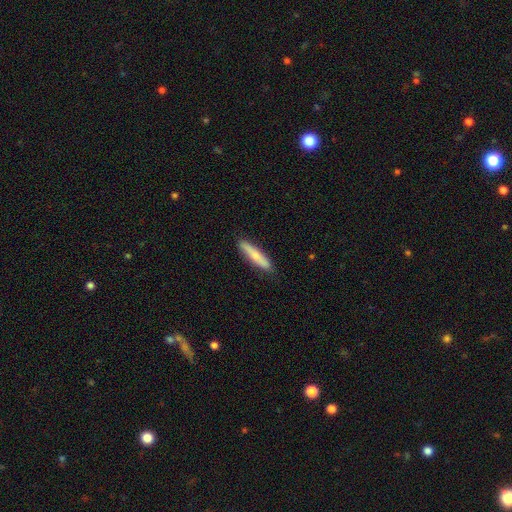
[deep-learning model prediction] Overall: smooth (69%). How rounded: cigar-shaped (86%). Merging: none (87%).